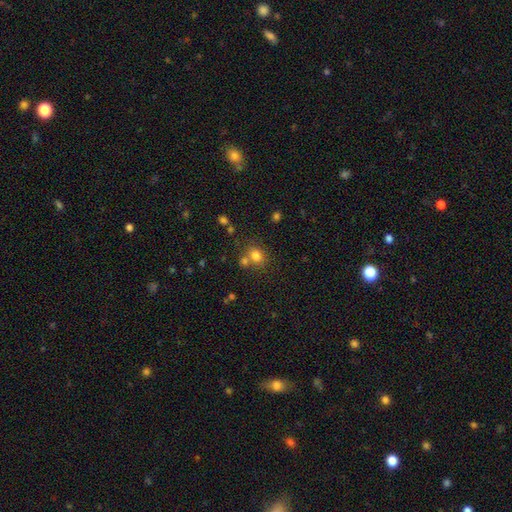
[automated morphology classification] Smooth or featured? Predicted: smooth (p=0.78). How rounded? Predicted: round (p=0.61). Merging? Predicted: none (p=0.59).